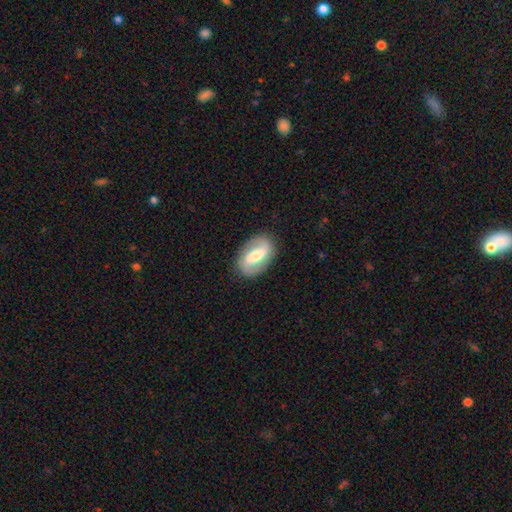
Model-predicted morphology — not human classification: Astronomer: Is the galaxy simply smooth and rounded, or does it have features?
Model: featured or disk — 69%.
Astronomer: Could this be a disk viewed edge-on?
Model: no — 95%.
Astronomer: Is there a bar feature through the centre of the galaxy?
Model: strong — 48% (runner-up: weak, 36%).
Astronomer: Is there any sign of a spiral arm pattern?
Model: yes — 82%.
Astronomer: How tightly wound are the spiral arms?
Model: medium — 40% (runner-up: loose, 38%).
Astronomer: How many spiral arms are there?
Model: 2 — 89%.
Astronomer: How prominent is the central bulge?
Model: moderate — 58%.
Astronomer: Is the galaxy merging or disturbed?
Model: none — 86%.